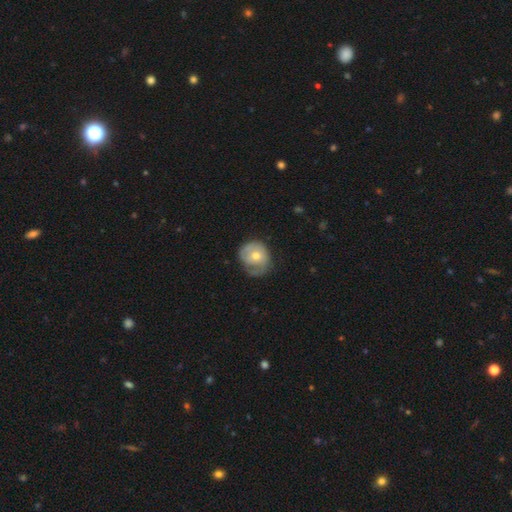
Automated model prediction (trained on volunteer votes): Overall: featured or disk (48%; smooth 47%). Merging: none (47%; minor disturbance 33%).